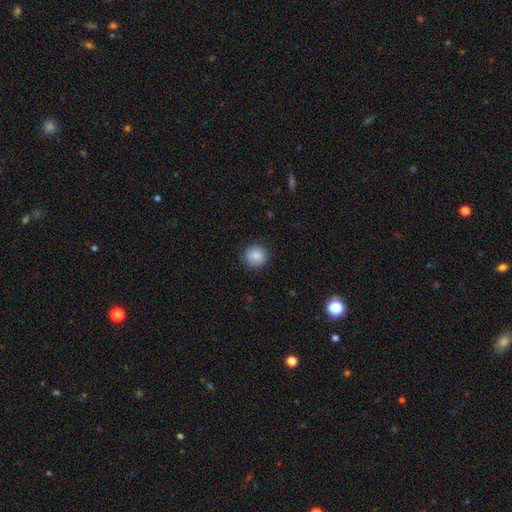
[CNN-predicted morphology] Q: Smooth or featured?
A: smooth (87%); runner-up: star or artifact (8%)
Q: How rounded?
A: round (92%); runner-up: in between (7%)
Q: Merging?
A: none (87%); runner-up: minor disturbance (9%)